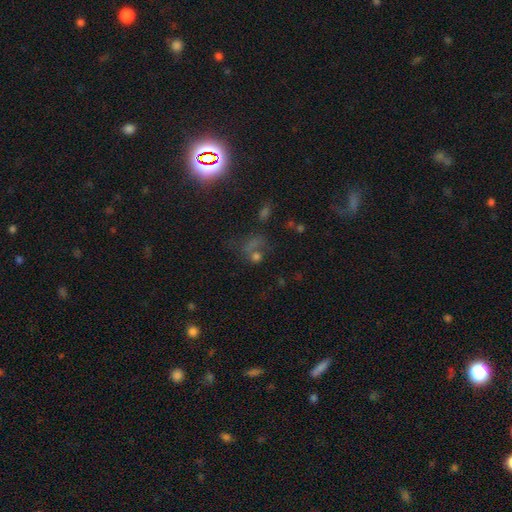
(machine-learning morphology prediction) Smooth or featured: star or artifact — 57% (smooth — 28%)